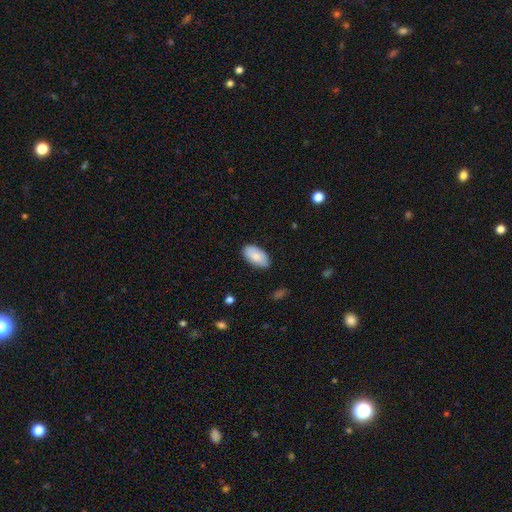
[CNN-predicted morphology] smooth 83%, featured or disk 11%, star or artifact 6%. Down the decision tree: how rounded — in between (95%); merging — none (84%).